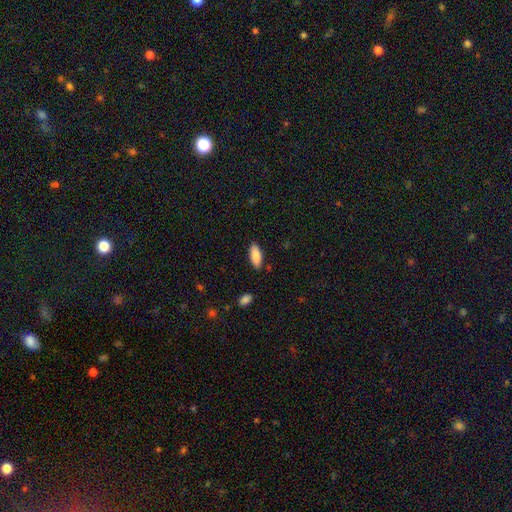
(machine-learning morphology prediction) smooth-or-featured: smooth: 87% | featured or disk: 7% | star or artifact: 6%
  how-rounded: in between: 81% | cigar-shaped: 17% | round: 2%
  merging: none: 86% | minor disturbance: 10% | major disturbance: 2% | merger: 2%